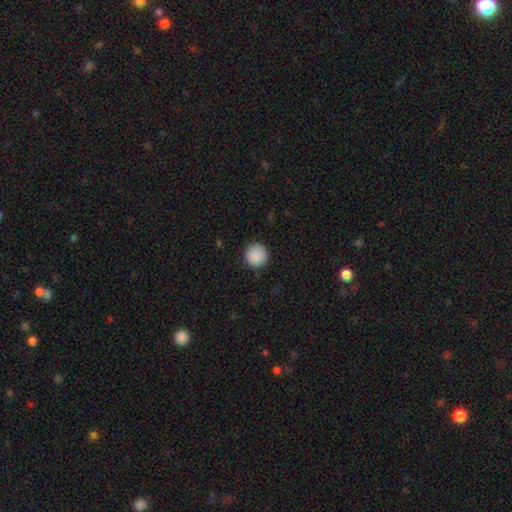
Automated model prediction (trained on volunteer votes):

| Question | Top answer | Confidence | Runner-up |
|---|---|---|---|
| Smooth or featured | smooth | 89% | star or artifact (8%) |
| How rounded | round | 96% | in between (3%) |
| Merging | none | 92% | minor disturbance (6%) |